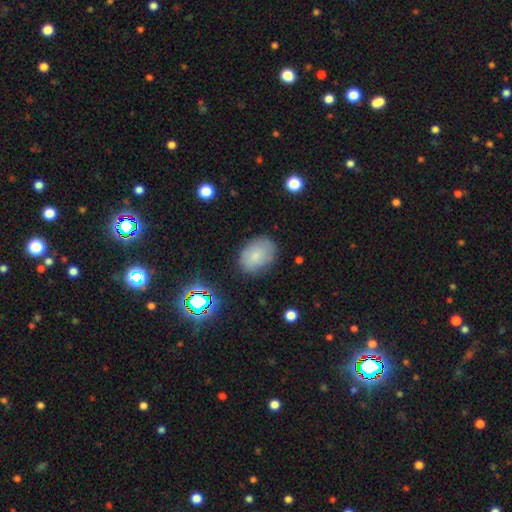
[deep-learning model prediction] Smooth or featured? Predicted: smooth (p=0.76). How rounded? Predicted: in between (p=0.71). Merging? Predicted: none (p=0.78).